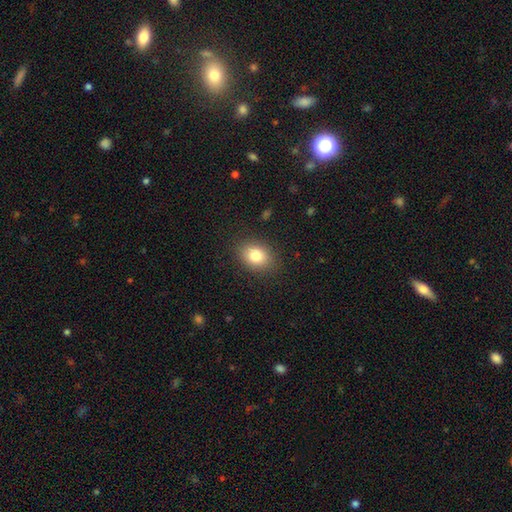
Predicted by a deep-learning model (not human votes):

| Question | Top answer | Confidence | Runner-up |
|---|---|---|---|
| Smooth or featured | smooth | 82% | star or artifact (9%) |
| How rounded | in between | 63% | round (36%) |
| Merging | none | 86% | minor disturbance (10%) |